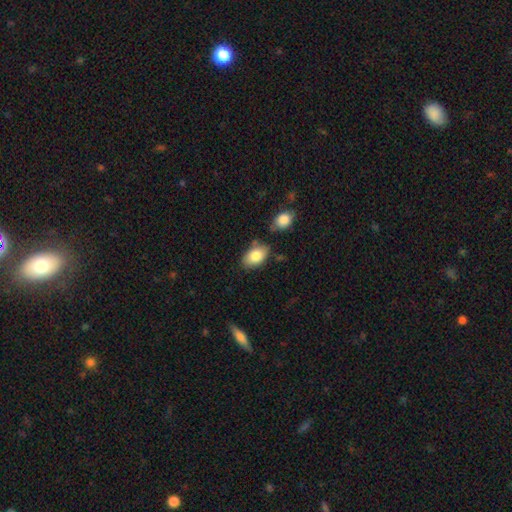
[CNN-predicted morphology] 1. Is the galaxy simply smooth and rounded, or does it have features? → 83% smooth, 10% featured or disk, 7% star or artifact.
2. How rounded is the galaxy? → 91% in between, 8% round, 1% cigar-shaped.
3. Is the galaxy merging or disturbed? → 70% none, 18% minor disturbance, 8% merger, 4% major disturbance.